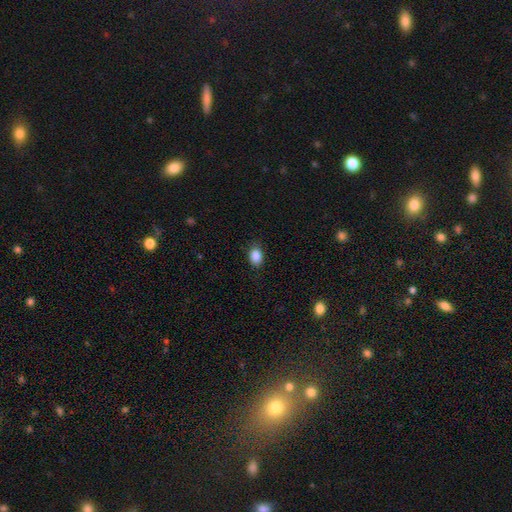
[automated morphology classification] Overall: smooth (87%). How rounded: in between (70%). Merging: none (84%).